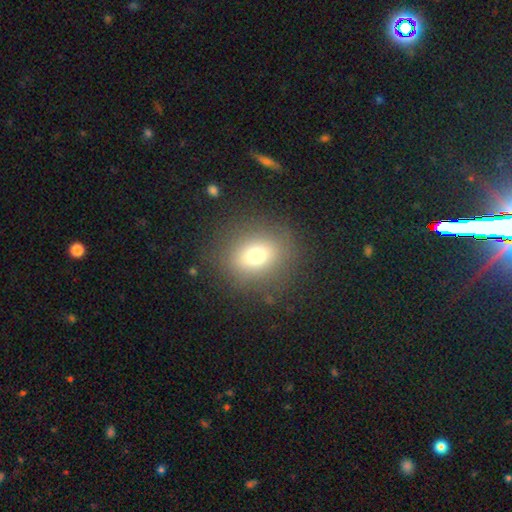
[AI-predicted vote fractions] Smooth or featured: smooth — 71% (featured or disk — 15%)
How rounded: round — 61% (in between — 37%)
Merging: none — 83% (minor disturbance — 10%)